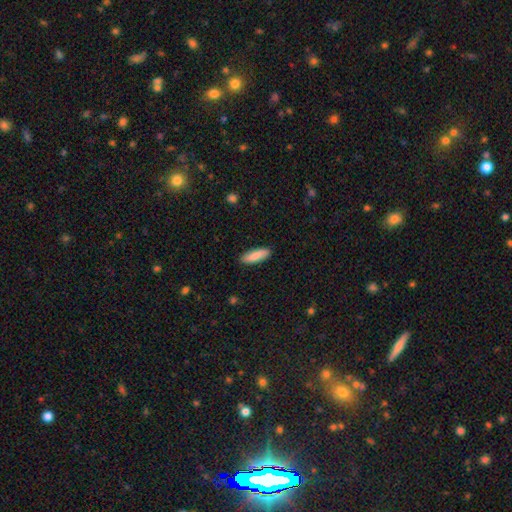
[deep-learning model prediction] Smooth or featured? Predicted: smooth (p=0.85). How rounded? Predicted: cigar-shaped (p=0.51). Merging? Predicted: none (p=0.88).